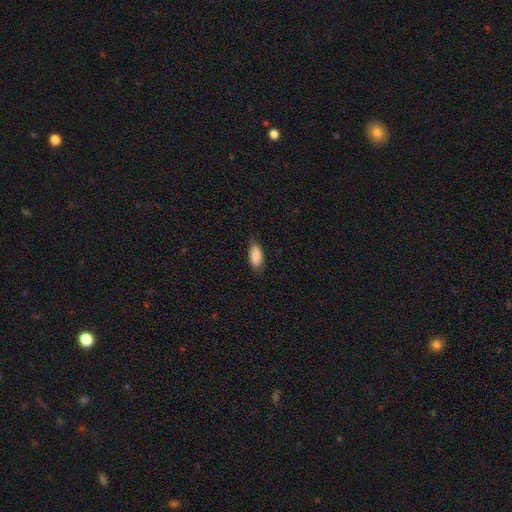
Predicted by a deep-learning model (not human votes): smooth_or_featured: smooth (p=0.89) [alt: star or artifact p=0.06]
how_rounded: in between (p=0.85) [alt: cigar-shaped p=0.13]
merging: none (p=0.81) [alt: minor disturbance p=0.15]